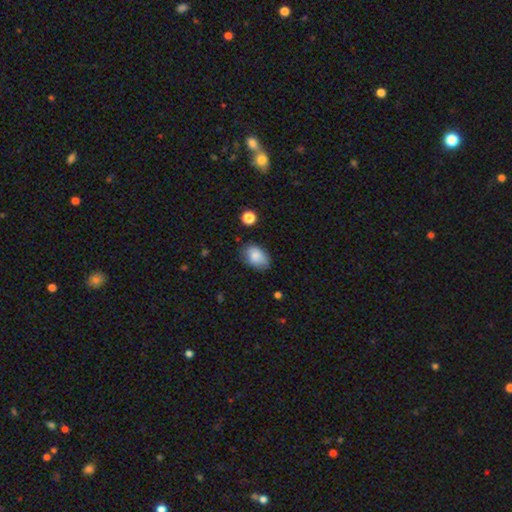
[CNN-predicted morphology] Smooth or featured? Predicted: smooth (p=0.85). How rounded? Predicted: in between (p=0.86). Merging? Predicted: none (p=0.72).